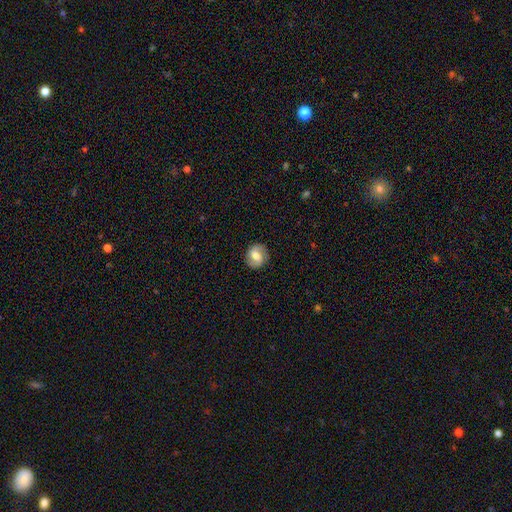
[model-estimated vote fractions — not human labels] This appears to be a featured or disk galaxy (59%) with a weak bar (47%), spiral arms (84%) and a moderate central bulge (66%). Merging: none (86%).